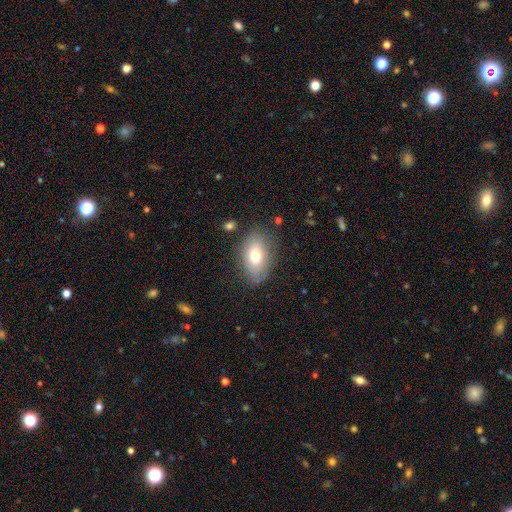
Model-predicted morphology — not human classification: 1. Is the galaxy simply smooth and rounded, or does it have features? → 70% smooth, 21% featured or disk, 8% star or artifact.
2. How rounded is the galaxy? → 90% in between, 7% round, 3% cigar-shaped.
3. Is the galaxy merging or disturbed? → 77% none, 17% minor disturbance, 4% major disturbance, 2% merger.